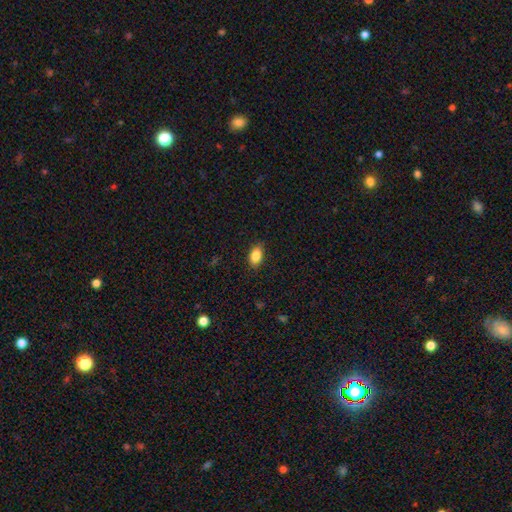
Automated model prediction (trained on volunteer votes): Q: Smooth or featured?
A: smooth (86%); runner-up: star or artifact (8%)
Q: How rounded?
A: in between (89%); runner-up: round (8%)
Q: Merging?
A: none (86%); runner-up: minor disturbance (10%)